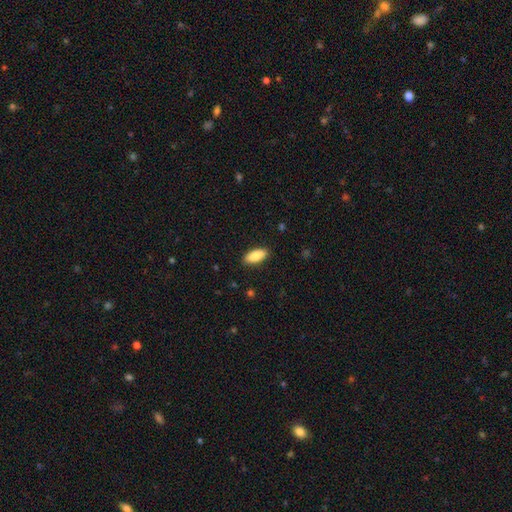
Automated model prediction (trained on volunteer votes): Smooth or featured? smooth (89%)
How rounded? in between (84%)
Merging? none (89%)